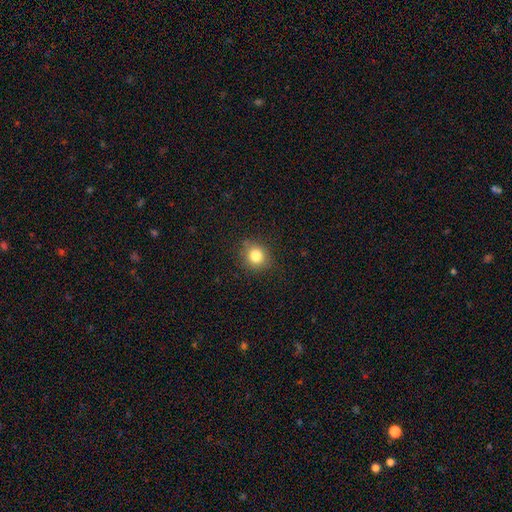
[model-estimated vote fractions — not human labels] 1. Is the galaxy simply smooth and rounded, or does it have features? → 82% smooth, 12% star or artifact, 7% featured or disk.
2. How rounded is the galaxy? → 83% round, 16% in between, 1% cigar-shaped.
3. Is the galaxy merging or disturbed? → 86% none, 10% minor disturbance, 3% major disturbance, 1% merger.